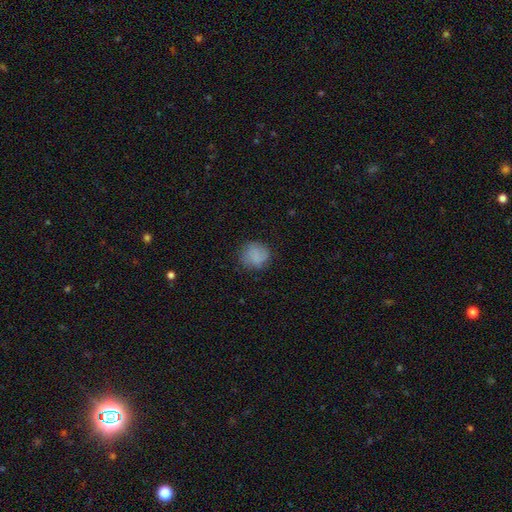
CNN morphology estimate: This is likely a smooth galaxy (75%). How rounded: clearly round (85%). Merging: likely none (76%).